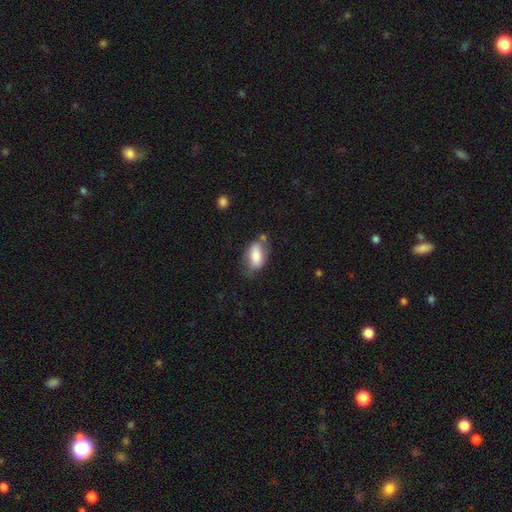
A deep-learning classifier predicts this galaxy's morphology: Smooth or featured? Predicted: smooth (p=0.71). How rounded? Predicted: in between (p=0.90). Merging? Predicted: none (p=0.55).